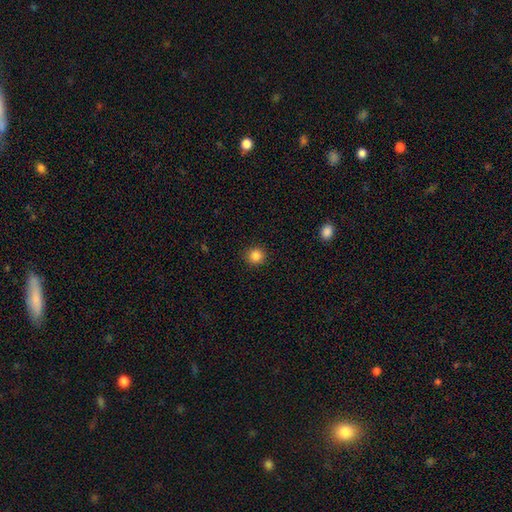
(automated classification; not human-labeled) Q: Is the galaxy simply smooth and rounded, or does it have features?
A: smooth — 85%.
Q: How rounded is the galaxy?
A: round — 93%.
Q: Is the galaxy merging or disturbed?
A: none — 92%.